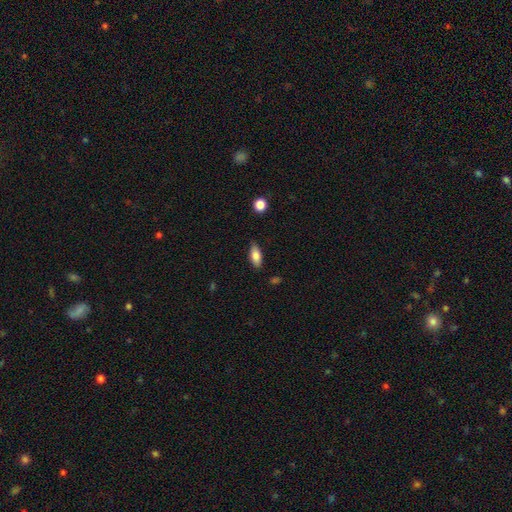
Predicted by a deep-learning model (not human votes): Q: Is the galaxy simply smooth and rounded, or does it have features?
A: smooth — 82%.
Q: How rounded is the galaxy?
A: in between — 85%.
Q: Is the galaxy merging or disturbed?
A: none — 83%.